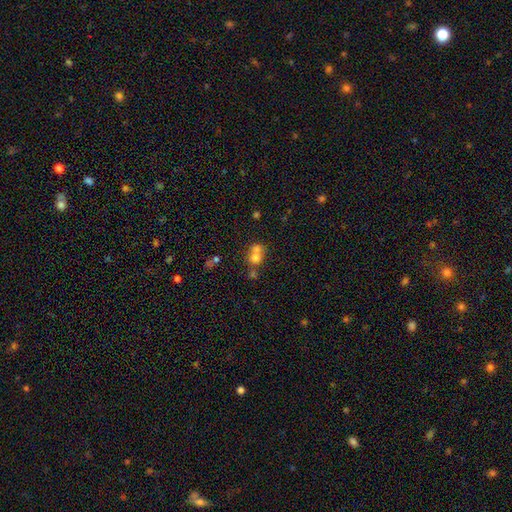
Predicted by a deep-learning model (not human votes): Smooth or featured?
  - smooth: 67% *
  - featured or disk: 19%
  - star or artifact: 14%
How rounded?
  - round: 76% *
  - in between: 23%
  - cigar-shaped: 1%
Merging?
  - merger: 60% *
  - none: 30%
  - minor disturbance: 6%
  - major disturbance: 4%